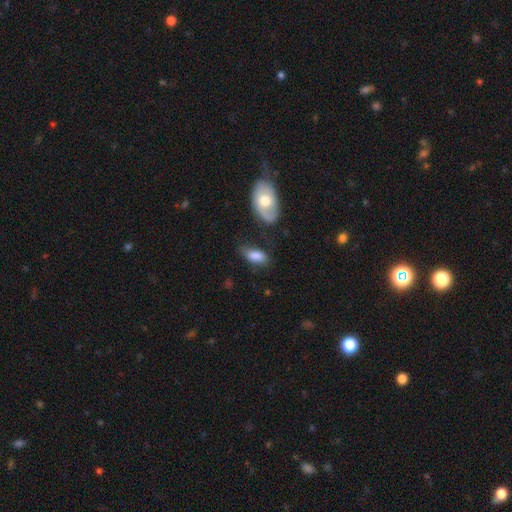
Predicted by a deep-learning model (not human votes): smooth-or-featured: smooth: 80% | featured or disk: 12% | star or artifact: 7%
  how-rounded: in between: 90% | cigar-shaped: 6% | round: 4%
  merging: none: 57% | minor disturbance: 26% | major disturbance: 10% | merger: 7%